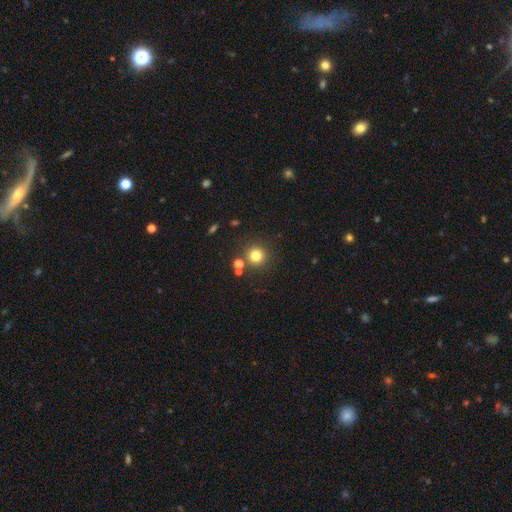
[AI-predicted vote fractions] Morphology: type=smooth (79%); roundness=round (94%); merging=none (83%).